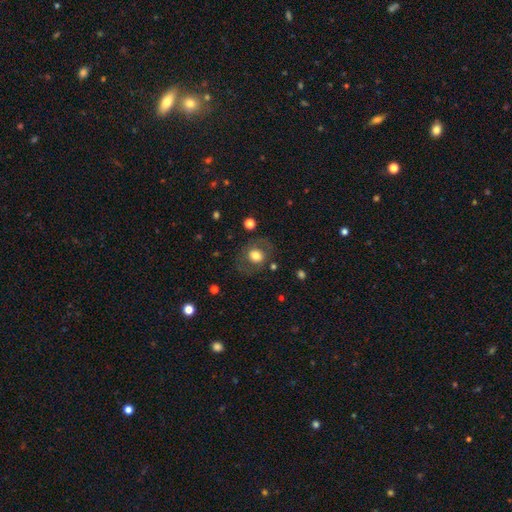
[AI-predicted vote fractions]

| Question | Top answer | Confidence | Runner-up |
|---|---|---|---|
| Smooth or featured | smooth | 66% | featured or disk (24%) |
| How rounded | round | 67% | in between (32%) |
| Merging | none | 75% | minor disturbance (13%) |